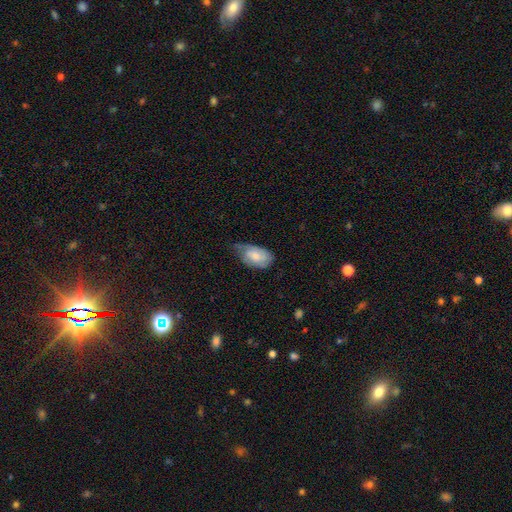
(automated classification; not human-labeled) This appears to be a smooth galaxy with no disk features (64%) that is in between round and cigar-shaped (92%). Merging: minor disturbance (44%).